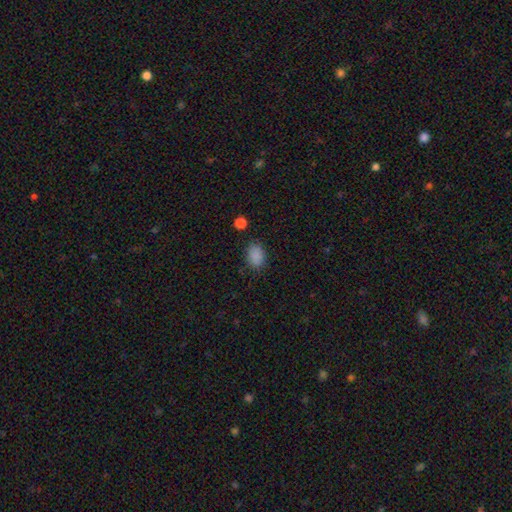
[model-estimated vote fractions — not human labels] This appears to be a smooth galaxy with no disk features (86%) that is in between round and cigar-shaped (75%). Merging: none (82%).